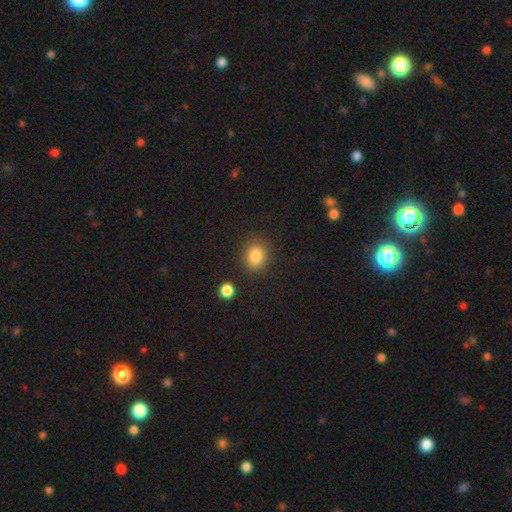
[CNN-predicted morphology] The model was most divided on "how rounded": round: 60%, in between: 39%, cigar-shaped: 1%. More confident: smooth or featured — smooth (84%); merging — none (83%).